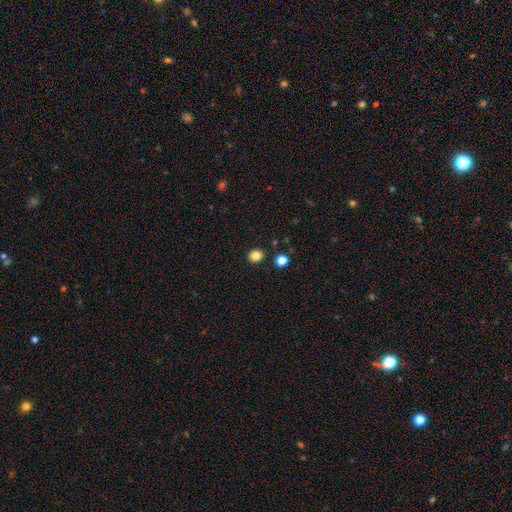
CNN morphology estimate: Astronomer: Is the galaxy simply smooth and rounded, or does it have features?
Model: smooth — 83%.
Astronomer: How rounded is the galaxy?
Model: round — 75%.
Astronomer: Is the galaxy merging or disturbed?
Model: none — 89%.